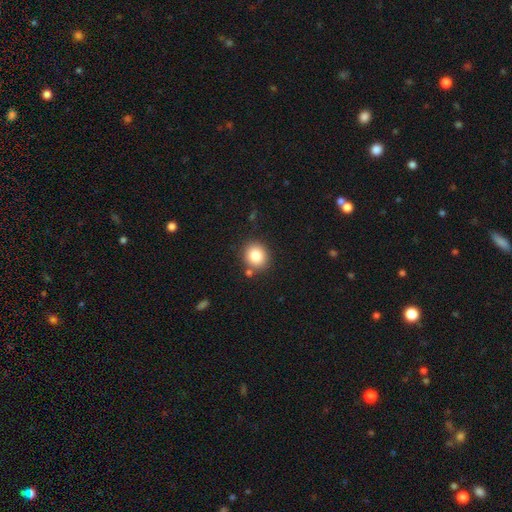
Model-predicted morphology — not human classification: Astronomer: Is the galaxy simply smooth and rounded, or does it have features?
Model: smooth — 83%.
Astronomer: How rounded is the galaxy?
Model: round — 78%.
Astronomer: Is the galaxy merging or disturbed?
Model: none — 82%.